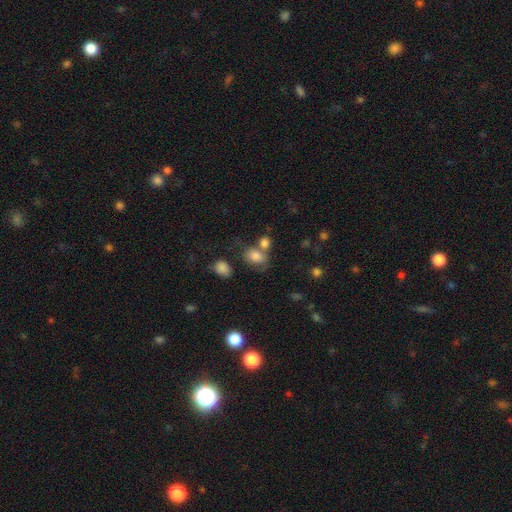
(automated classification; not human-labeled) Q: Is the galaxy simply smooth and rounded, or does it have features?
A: smooth — 78%.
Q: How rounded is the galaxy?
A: in between — 64%.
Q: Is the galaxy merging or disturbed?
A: none — 40%.